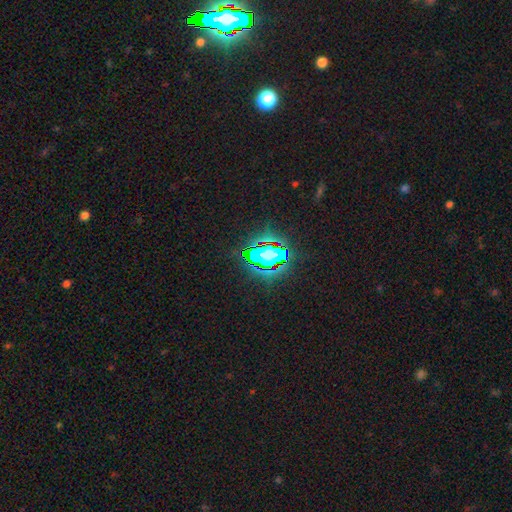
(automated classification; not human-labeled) Smooth or featured? star or artifact (61%)